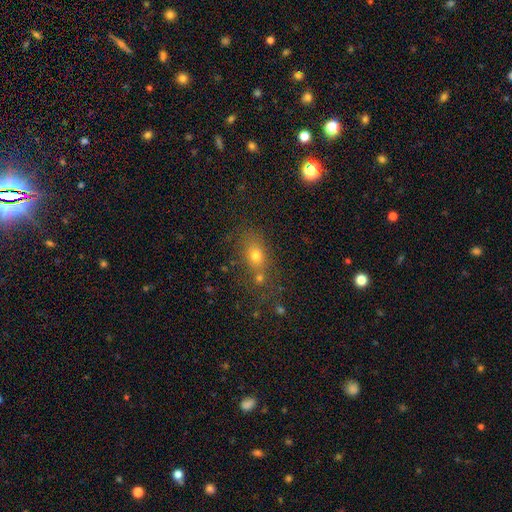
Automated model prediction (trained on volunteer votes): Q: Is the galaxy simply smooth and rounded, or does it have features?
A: smooth — 70%.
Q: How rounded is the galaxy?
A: in between — 57%.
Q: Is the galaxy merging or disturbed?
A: none — 54%.